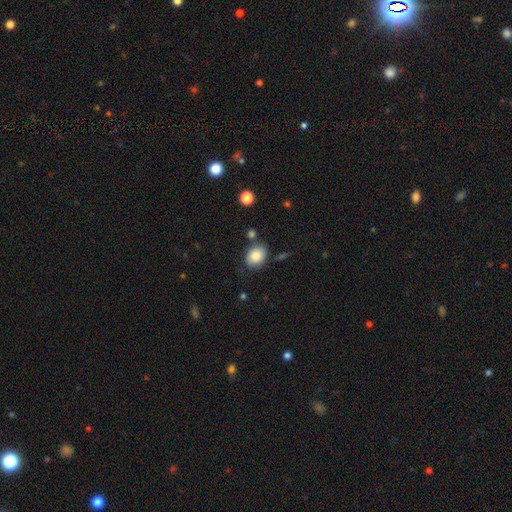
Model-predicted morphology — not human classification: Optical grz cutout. It shows a smooth galaxy with no disk features (81%) that is in between round and cigar-shaped (61%). Merging: none (75%).